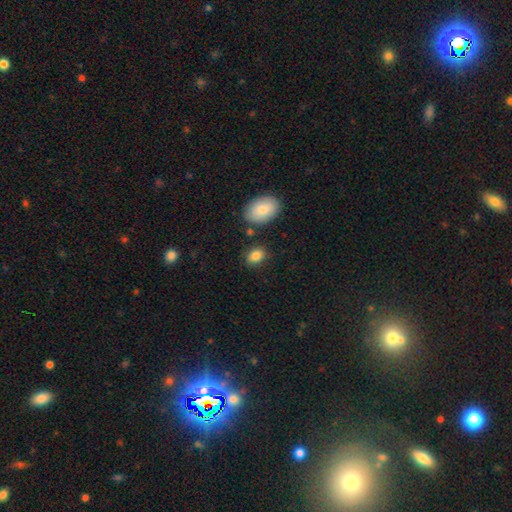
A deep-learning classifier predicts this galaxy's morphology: A smooth galaxy with no disk features (85%) that is in between round and cigar-shaped (72%).

Vote fractions:
- Smooth or featured? smooth: 85% / star or artifact: 9% / featured or disk: 6%
- How rounded? in between: 72% / round: 27% / cigar-shaped: 1%
- Merging? none: 80% / minor disturbance: 12% / merger: 6% / major disturbance: 3%